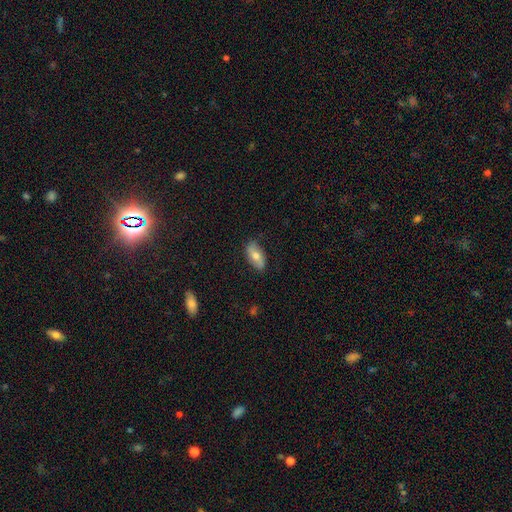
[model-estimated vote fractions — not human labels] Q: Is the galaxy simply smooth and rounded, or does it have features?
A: smooth — 64%.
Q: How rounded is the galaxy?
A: in between — 87%.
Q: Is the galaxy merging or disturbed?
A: none — 80%.